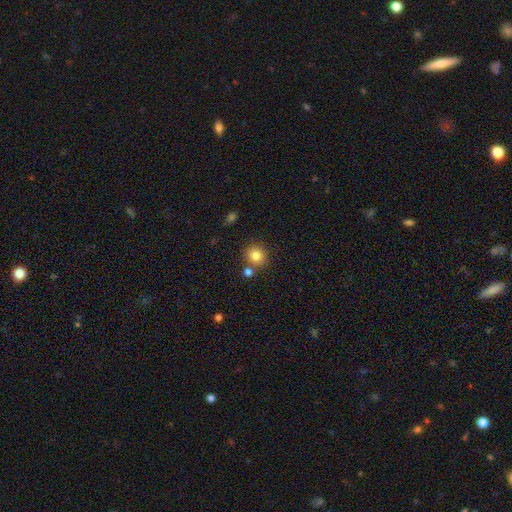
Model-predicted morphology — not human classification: Overall: smooth (83%). How rounded: round (86%). Merging: none (73%).